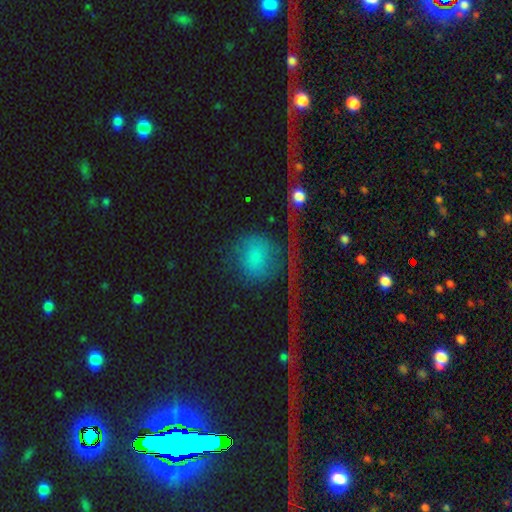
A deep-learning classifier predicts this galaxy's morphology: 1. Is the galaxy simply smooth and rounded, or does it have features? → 52% smooth, 32% featured or disk, 16% star or artifact.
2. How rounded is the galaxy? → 85% round, 13% in between, 2% cigar-shaped.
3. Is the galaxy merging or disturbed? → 47% none, 28% major disturbance, 16% minor disturbance, 8% merger.